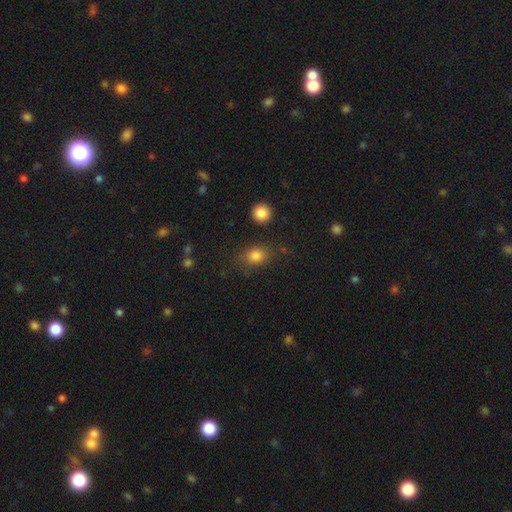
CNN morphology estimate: Smooth or featured?
  - smooth: 83% *
  - star or artifact: 11%
  - featured or disk: 6%
How rounded?
  - in between: 49% * (tied)
  - round: 49% * (tied)
  - cigar-shaped: 2%
Merging?
  - none: 76% *
  - minor disturbance: 15%
  - major disturbance: 6%
  - merger: 3%